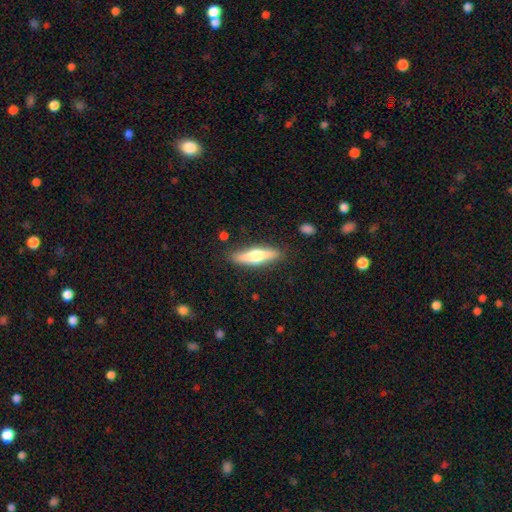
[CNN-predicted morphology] The model was most divided on "smooth or featured": smooth: 49%, featured or disk: 45%, star or artifact: 6%. More confident: merging — none (85%).